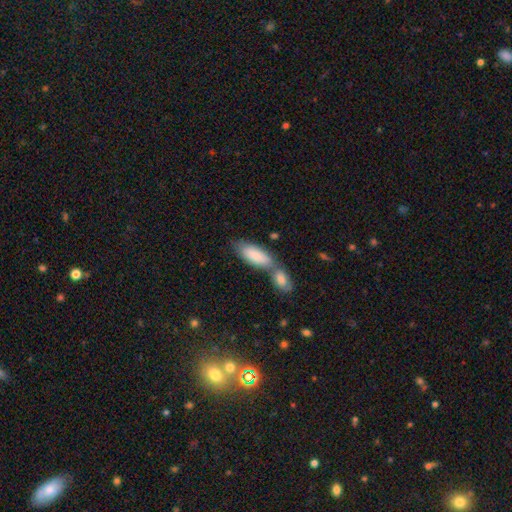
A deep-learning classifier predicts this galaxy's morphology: This appears to be a smooth galaxy with no disk features (84%) that is in between round and cigar-shaped (78%). Merging: merger (51%).